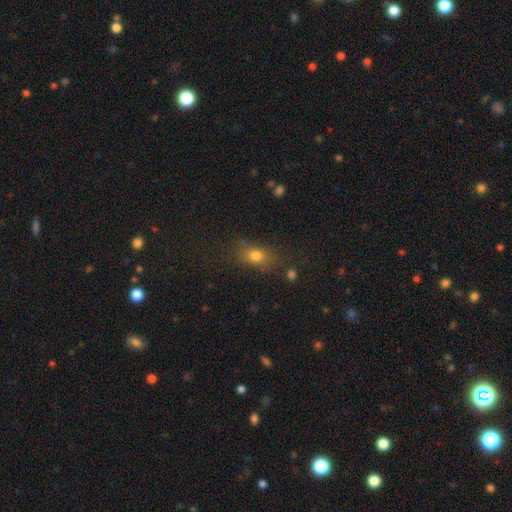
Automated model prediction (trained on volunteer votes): Smooth or featured: smooth — 74% (star or artifact — 14%)
How rounded: in between — 62% (round — 32%)
Merging: none — 70% (minor disturbance — 18%)